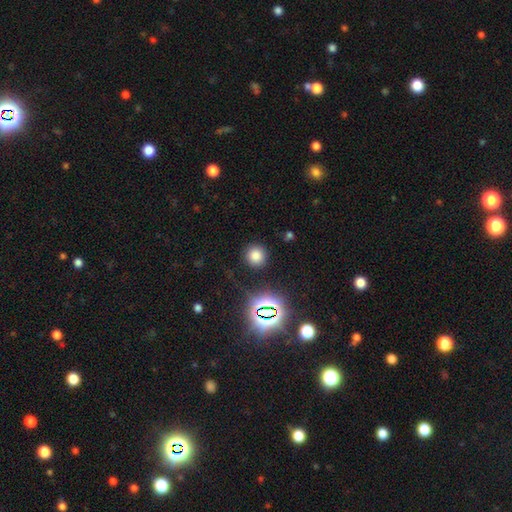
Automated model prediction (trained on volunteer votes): This appears to be a smooth galaxy with no disk features (73%) that is round (92%). Merging: none (88%).